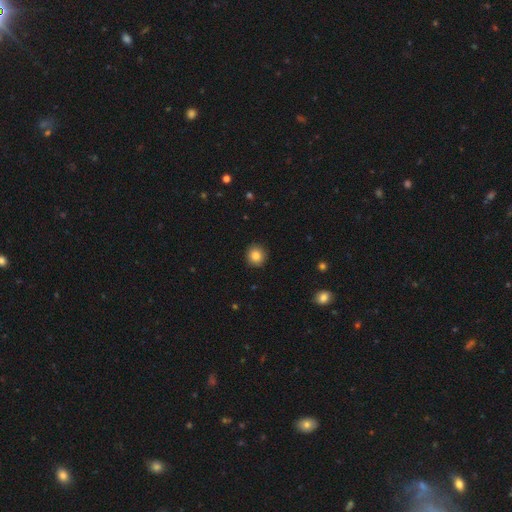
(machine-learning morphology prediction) smooth-or-featured: smooth: 84% | star or artifact: 10% | featured or disk: 6%
  how-rounded: round: 91% | in between: 8% | cigar-shaped: 1%
  merging: none: 92% | minor disturbance: 6% | major disturbance: 2% | merger: 1%